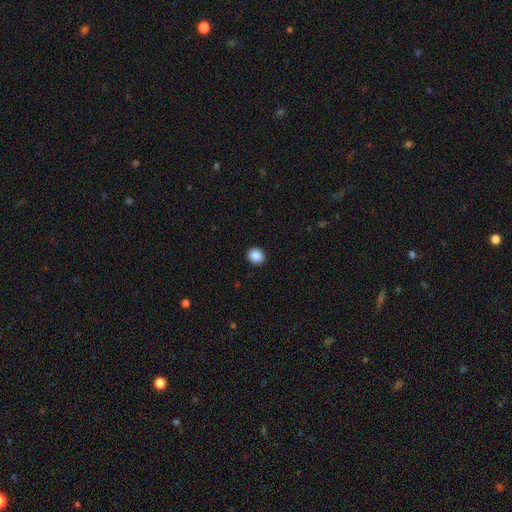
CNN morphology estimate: A smooth galaxy with no disk features (88%) that is round (77%).

Vote fractions:
- Smooth or featured? smooth: 88% / star or artifact: 9% / featured or disk: 3%
- How rounded? round: 77% / in between: 22% / cigar-shaped: 1%
- Merging? none: 92% / minor disturbance: 5% / major disturbance: 2% / merger: 1%